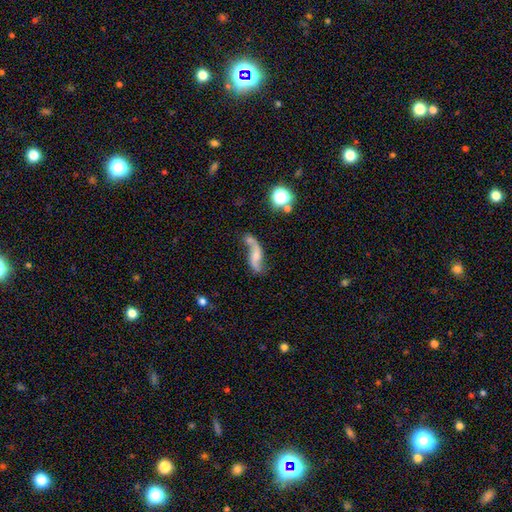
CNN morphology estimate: Smooth or featured: featured or disk — 75% (smooth — 16%)
Edge-on disk: no — 91% (yes — 9%)
Bar: no — 56% (weak — 33%)
Spiral arms: yes — 90% (no — 10%)
Spiral winding: loose — 91% (medium — 7%)
Spiral arm count: 2 — 91% (1 — 5%)
Bulge size: small — 40% (moderate — 29%)
Merging: none — 50% (merger — 21%)